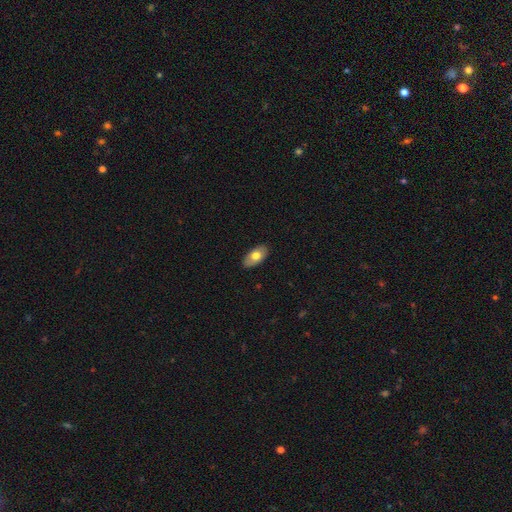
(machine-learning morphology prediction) Overall: smooth (69%). How rounded: in between (94%). Merging: none (87%).